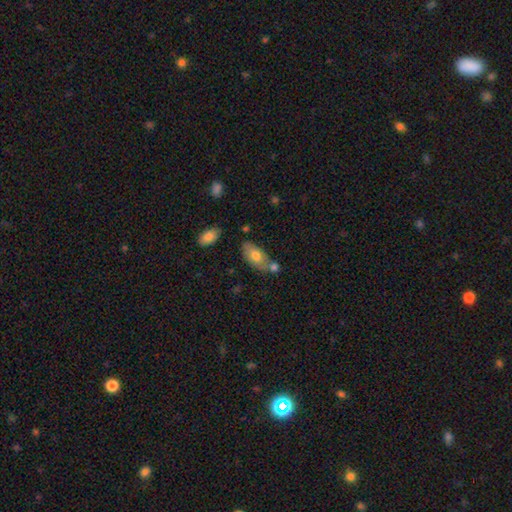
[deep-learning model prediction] Smooth or featured? Predicted: smooth (p=0.71). How rounded? Predicted: in between (p=0.90). Merging? Predicted: none (p=0.50).